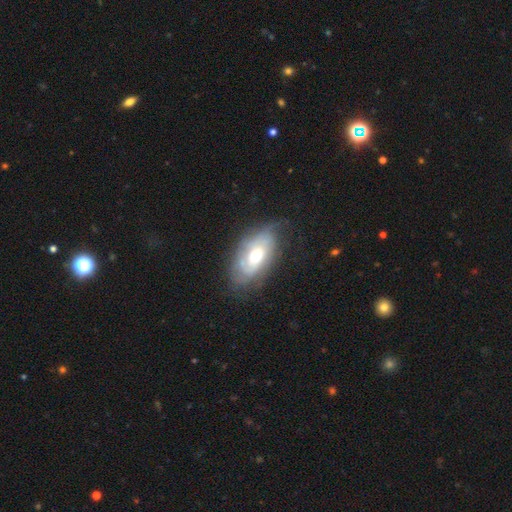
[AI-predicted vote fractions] This is likely a featured or disk galaxy (61%). It is clearly not viewed edge-on (90%). Bar: likely no (74%). Spiral arm pattern: likely yes (70%). Central bulge: likely moderate (71%). Merging: likely none (60%).